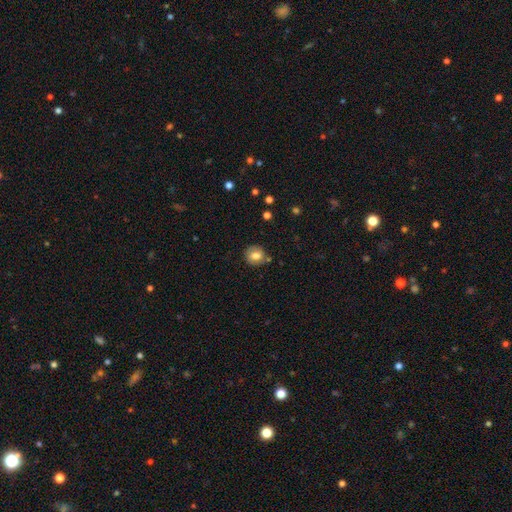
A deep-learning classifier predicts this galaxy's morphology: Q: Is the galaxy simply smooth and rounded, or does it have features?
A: smooth — 75%.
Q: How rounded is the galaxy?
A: round — 79%.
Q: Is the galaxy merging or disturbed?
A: none — 78%.